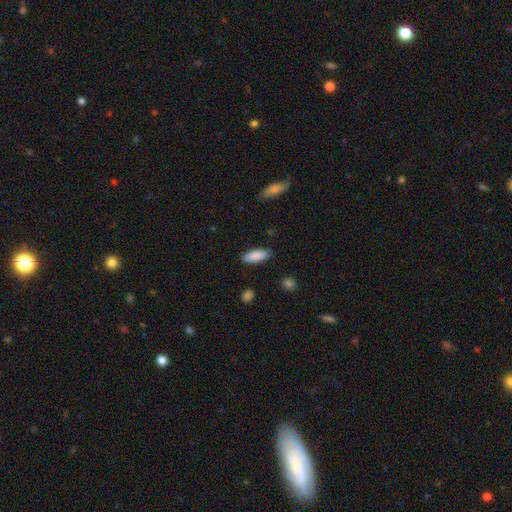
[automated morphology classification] smooth_or_featured: smooth (p=0.88) [alt: star or artifact p=0.06]
how_rounded: in between (p=0.75) [alt: cigar-shaped p=0.23]
merging: none (p=0.87) [alt: minor disturbance p=0.10]